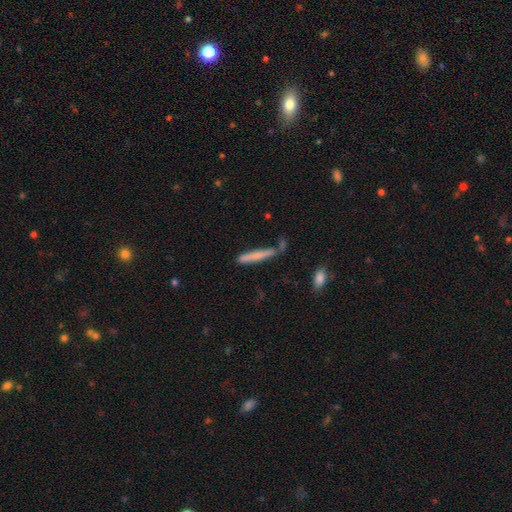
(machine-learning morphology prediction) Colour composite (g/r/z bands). It shows a smooth galaxy with no disk features (71%) that is cigar-shaped (94%). Merging: none (71%).